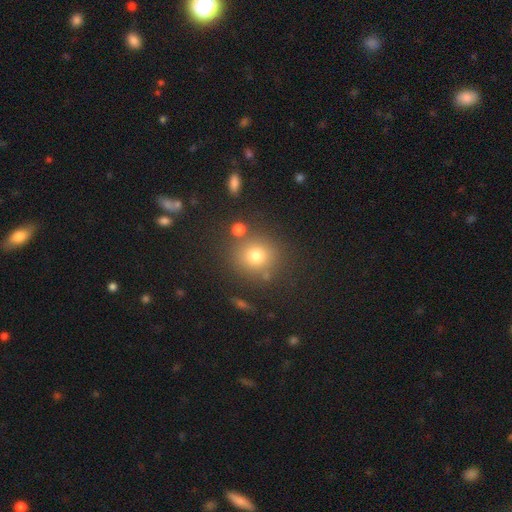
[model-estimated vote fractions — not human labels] Smooth or featured? Predicted: smooth (p=0.75). How rounded? Predicted: round (p=0.85). Merging? Predicted: none (p=0.79).